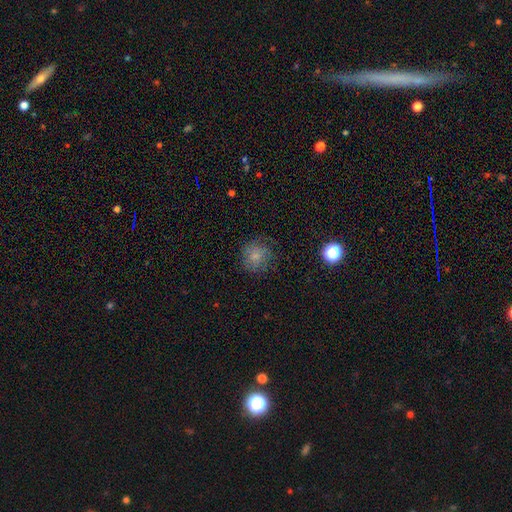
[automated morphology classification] The model was most divided on "merging": none: 74%, minor disturbance: 17%, major disturbance: 8%, merger: 1%. More confident: how rounded — round (88%); smooth or featured — smooth (75%).